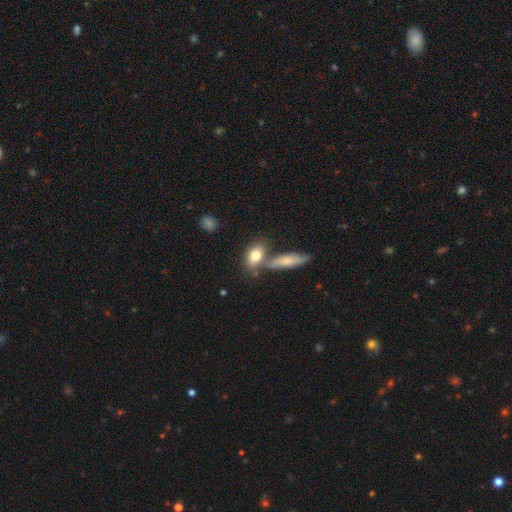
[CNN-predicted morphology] smooth 78%, featured or disk 15%, star or artifact 7%. Down the decision tree: how rounded — in between (80%); merging — none (53%).